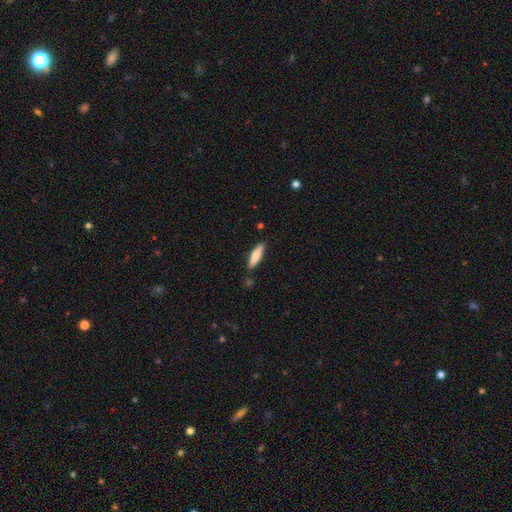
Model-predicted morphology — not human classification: smooth-or-featured: smooth: 78% | featured or disk: 17% | star or artifact: 6%
  how-rounded: cigar-shaped: 67% | in between: 31% | round: 2%
  merging: none: 84% | minor disturbance: 11% | merger: 3% | major disturbance: 2%